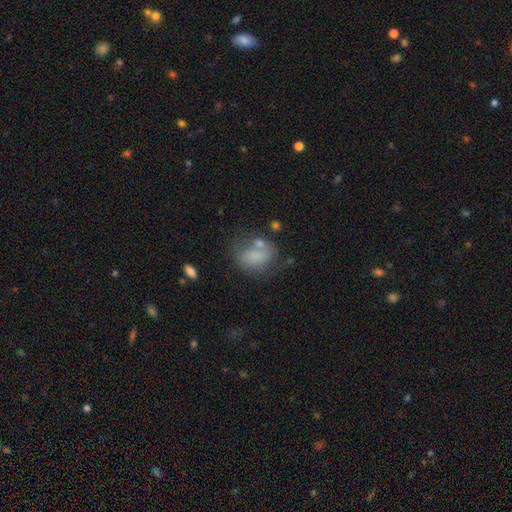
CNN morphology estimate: A smooth galaxy with no disk features (69%) that is in between round and cigar-shaped (76%).

Vote fractions:
- Smooth or featured? smooth: 69% / featured or disk: 19% / star or artifact: 11%
- How rounded? in between: 76% / round: 22% / cigar-shaped: 2%
- Merging? none: 42% / minor disturbance: 24% / merger: 17% / major disturbance: 17%